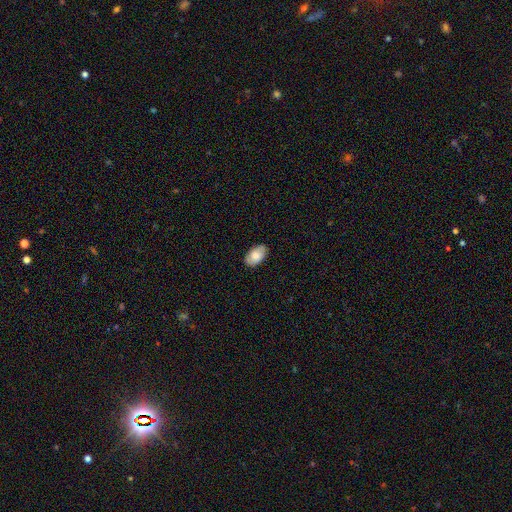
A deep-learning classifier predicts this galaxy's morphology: Overall: smooth (72%). How rounded: in between (94%). Merging: none (83%).